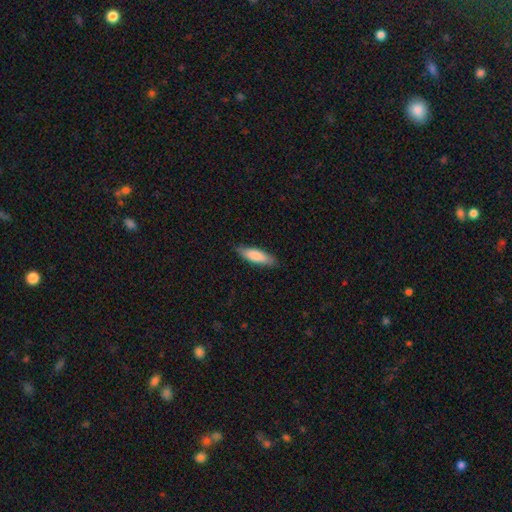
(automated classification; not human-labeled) Smooth or featured? smooth (82%)
How rounded? cigar-shaped (55%)
Merging? none (84%)